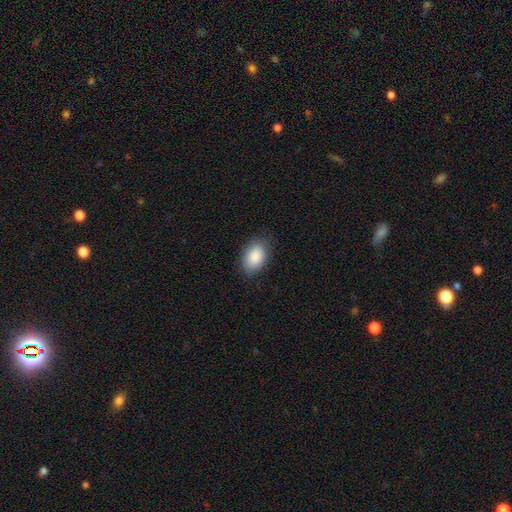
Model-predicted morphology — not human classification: Overall: smooth (89%). How rounded: in between (89%). Merging: none (84%).